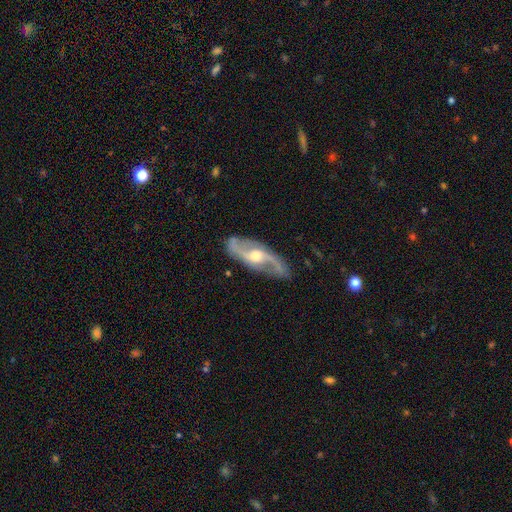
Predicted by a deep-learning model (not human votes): A featured or disk galaxy (88%) with no bar (46%), 2 (92%) medium (44%) spiral arms (96%) and a moderate central bulge (70%).

Vote fractions:
- Smooth or featured? featured or disk: 88% / smooth: 7% / star or artifact: 4%
- Edge-on disk? no: 90% / yes: 10%
- Bar? no: 46% / weak: 40% / strong: 13%
- Spiral arms? yes: 96% / no: 4%
- Spiral winding? medium: 44% / loose: 43% / tight: 13%
- Spiral arm count? 2: 92% / can't tell: 3% / 1: 1% / 3: 1% / 4: 1% / more than 4: 1%
- Bulge size? moderate: 70% / small: 20% / large: 7% / none: 1% / dominant: 1%
- Merging? none: 82% / minor disturbance: 13% / major disturbance: 4% / merger: 1%